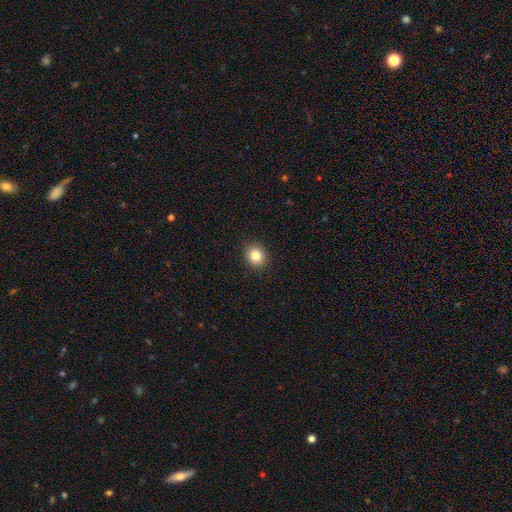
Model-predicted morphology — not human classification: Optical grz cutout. It shows a smooth galaxy with no disk features (83%) that is round (84%). Merging: none (91%).